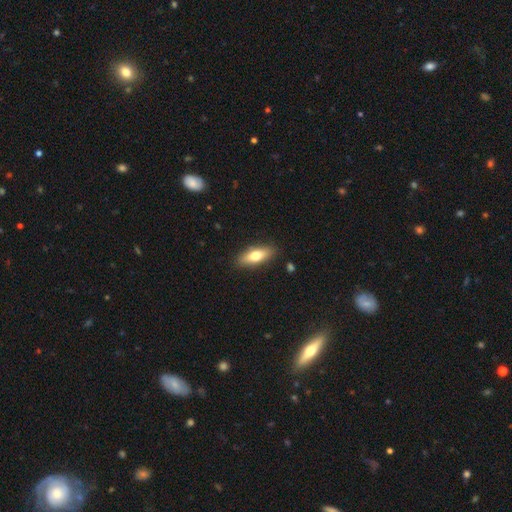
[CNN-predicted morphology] smooth 67%, featured or disk 26%, star or artifact 6%. Down the decision tree: how rounded — in between (63%); merging — none (87%).